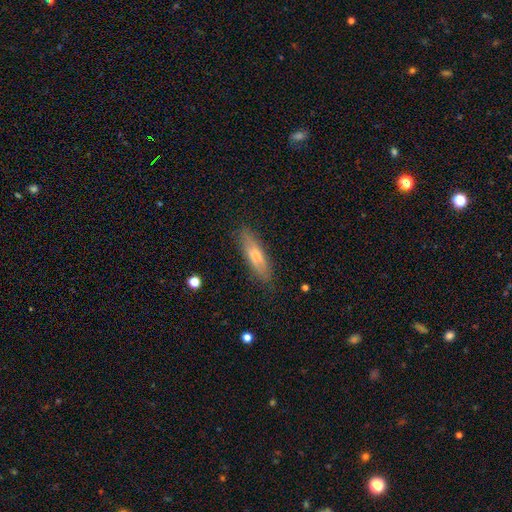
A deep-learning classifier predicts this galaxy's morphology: A smooth galaxy with no disk features (63%) that is cigar-shaped (67%).

Vote fractions:
- Smooth or featured? smooth: 63% / featured or disk: 30% / star or artifact: 7%
- How rounded? cigar-shaped: 67% / in between: 31% / round: 2%
- Merging? none: 82% / minor disturbance: 14% / major disturbance: 3% / merger: 1%